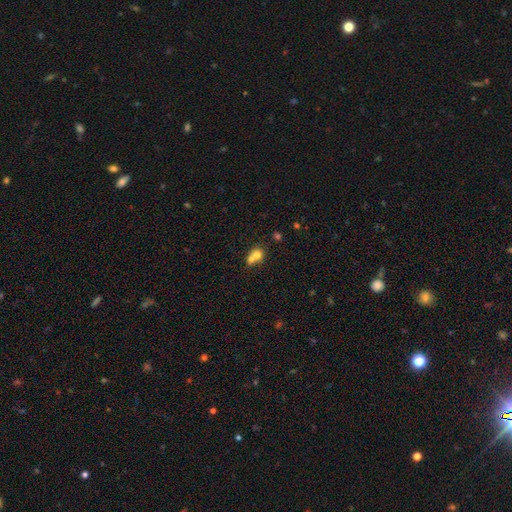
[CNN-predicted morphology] Smooth or featured? smooth (71%)
How rounded? round (76%)
Merging? merger (64%)